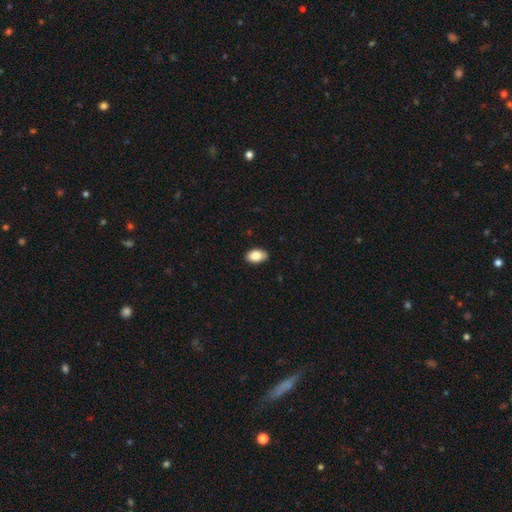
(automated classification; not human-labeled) This is clearly a smooth galaxy (85%). How rounded: clearly in between (91%). Merging: clearly none (87%).